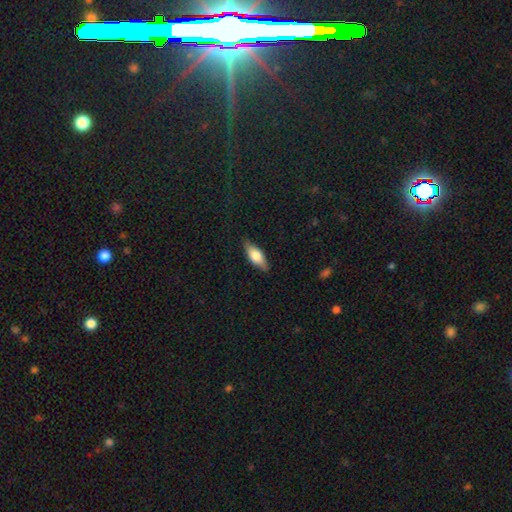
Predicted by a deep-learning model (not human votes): Smooth or featured? smooth (69%)
How rounded? in between (74%)
Merging? none (84%)